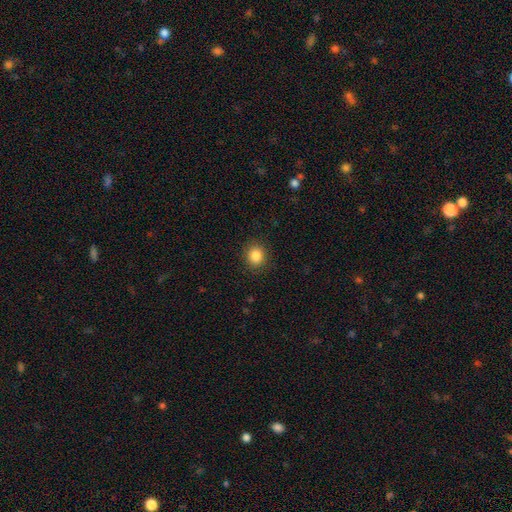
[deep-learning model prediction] Smooth or featured?
  - smooth: 85% *
  - star or artifact: 10%
  - featured or disk: 5%
How rounded?
  - round: 85% *
  - in between: 14%
  - cigar-shaped: 1%
Merging?
  - none: 89% *
  - minor disturbance: 7%
  - major disturbance: 2%
  - merger: 1%